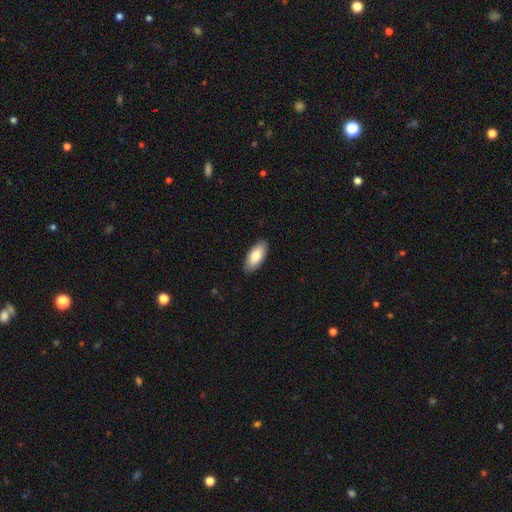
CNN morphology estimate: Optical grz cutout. It shows a smooth galaxy with no disk features (81%) that is in between round and cigar-shaped (89%). Merging: none (88%).